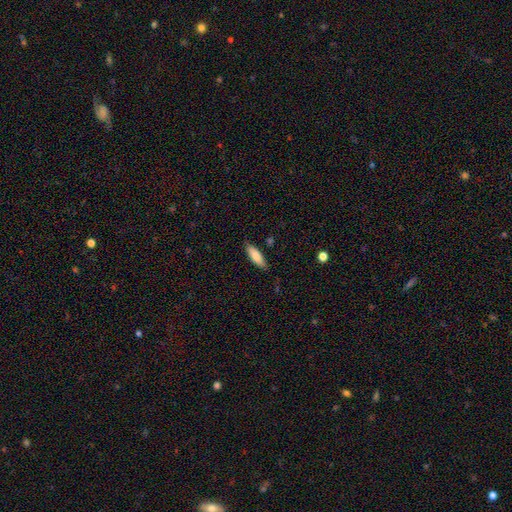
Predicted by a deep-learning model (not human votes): A smooth galaxy with no disk features (81%) that is in between round and cigar-shaped (58%).

Vote fractions:
- Smooth or featured? smooth: 81% / featured or disk: 14% / star or artifact: 6%
- How rounded? in between: 58% / cigar-shaped: 40% / round: 2%
- Merging? none: 82% / minor disturbance: 14% / major disturbance: 2% / merger: 2%